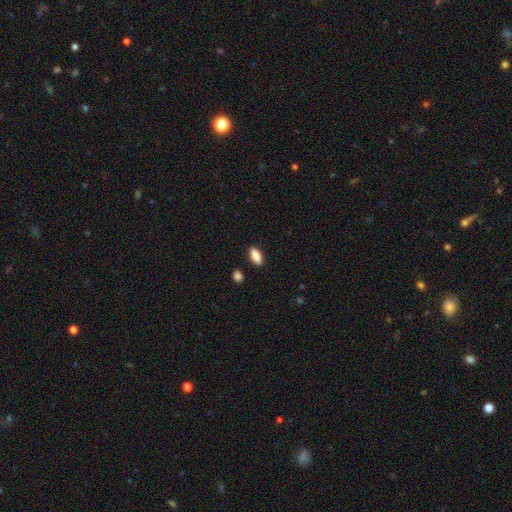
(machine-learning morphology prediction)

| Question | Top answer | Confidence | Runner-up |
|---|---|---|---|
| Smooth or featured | smooth | 88% | star or artifact (7%) |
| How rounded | in between | 83% | cigar-shaped (14%) |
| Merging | none | 87% | minor disturbance (9%) |